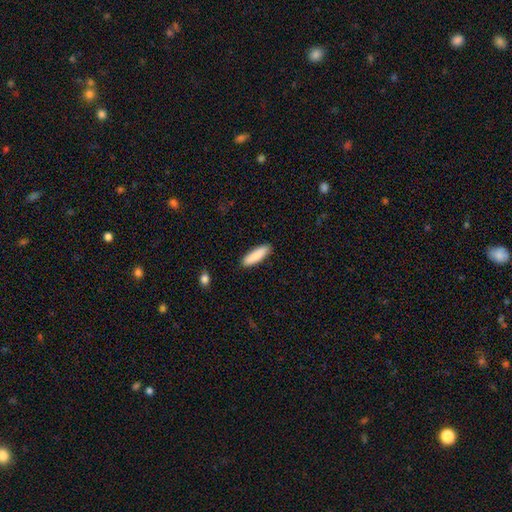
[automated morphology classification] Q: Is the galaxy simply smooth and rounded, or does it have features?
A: smooth — 87%.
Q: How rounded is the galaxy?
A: cigar-shaped — 61%.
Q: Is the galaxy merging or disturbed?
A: none — 90%.